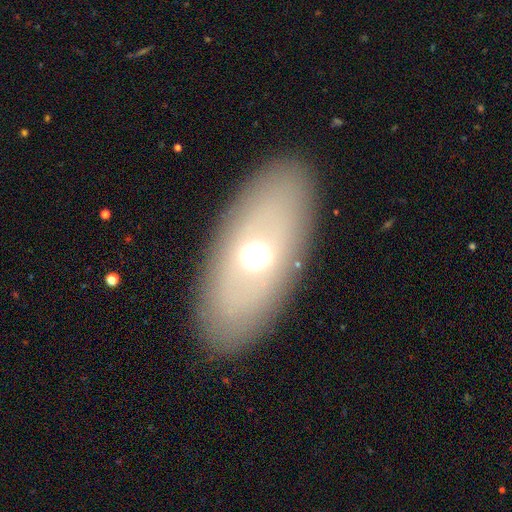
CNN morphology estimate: Overall: smooth (45%; featured or disk 44%). Merging: none (85%).